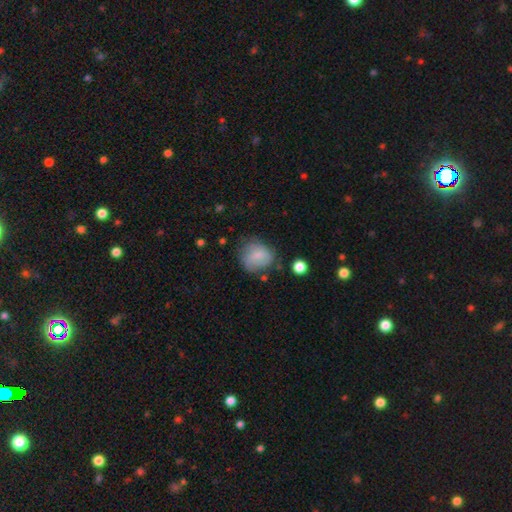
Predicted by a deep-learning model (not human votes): smooth_or_featured: smooth (p=0.68) [alt: featured or disk p=0.24]
how_rounded: round (p=0.67) [alt: in between p=0.32]
merging: none (p=0.56) [alt: minor disturbance p=0.28]